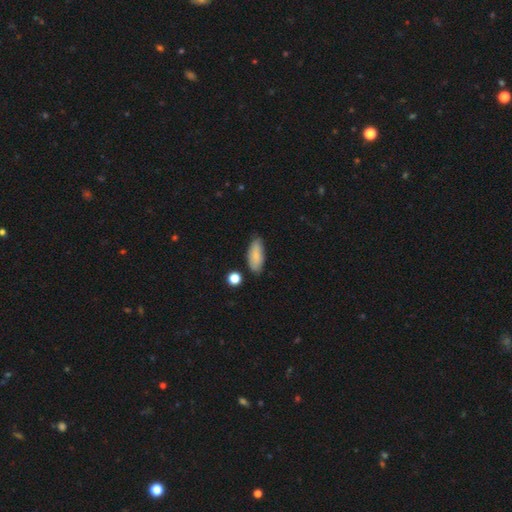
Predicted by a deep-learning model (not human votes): Smooth or featured? Predicted: smooth (p=0.81). How rounded? Predicted: in between (p=0.82). Merging? Predicted: none (p=0.71).